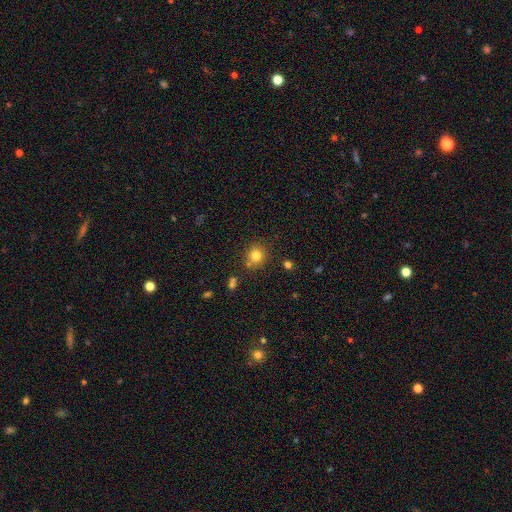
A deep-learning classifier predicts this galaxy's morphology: Overall: smooth (80%). How rounded: round (86%). Merging: none (77%).